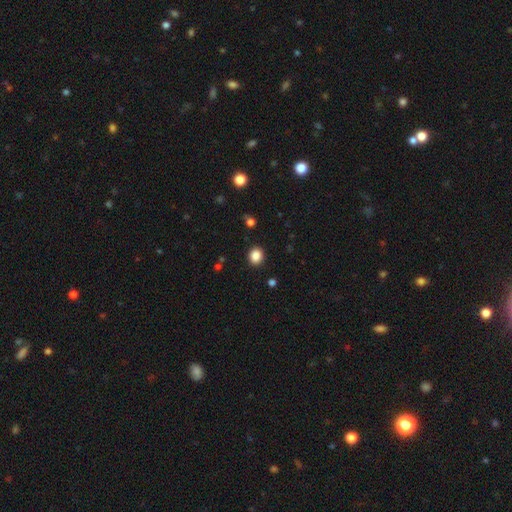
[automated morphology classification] type=smooth (86%); roundness=round (76%); merging=none (90%).